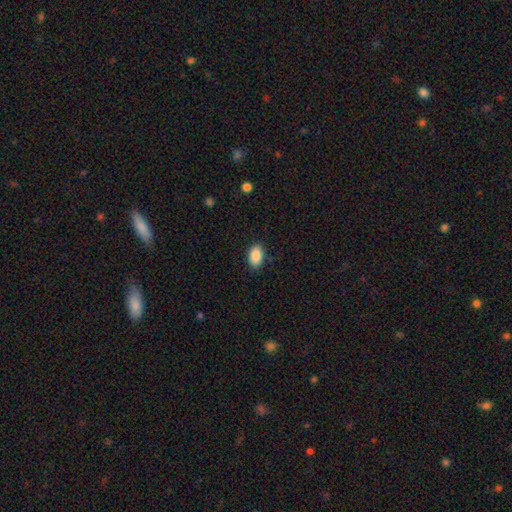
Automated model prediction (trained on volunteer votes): Q: Smooth or featured?
A: smooth (89%); runner-up: star or artifact (7%)
Q: How rounded?
A: in between (91%); runner-up: round (8%)
Q: Merging?
A: none (87%); runner-up: minor disturbance (9%)